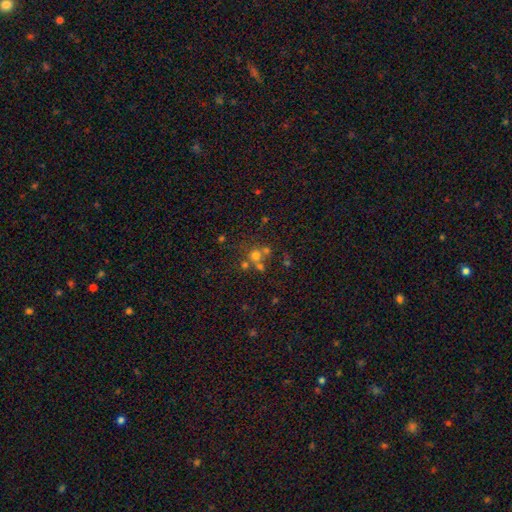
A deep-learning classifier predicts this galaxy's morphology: Overall: smooth (60%; star or artifact 23%). How rounded: round (87%). Merging: none (52%; merger 35%).